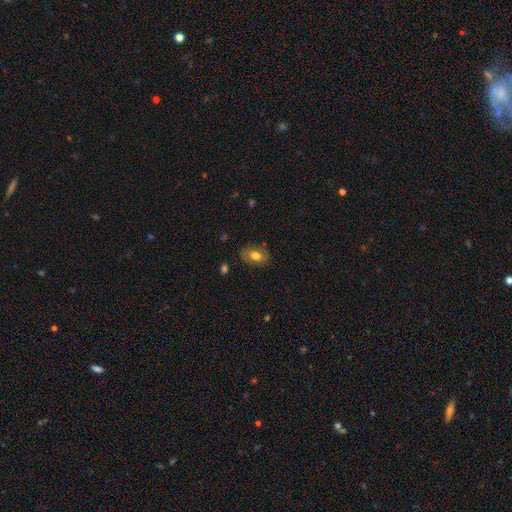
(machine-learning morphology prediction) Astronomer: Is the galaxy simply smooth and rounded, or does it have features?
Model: smooth — 75%.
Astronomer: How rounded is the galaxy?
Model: in between — 87%.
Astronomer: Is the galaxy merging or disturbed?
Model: none — 80%.